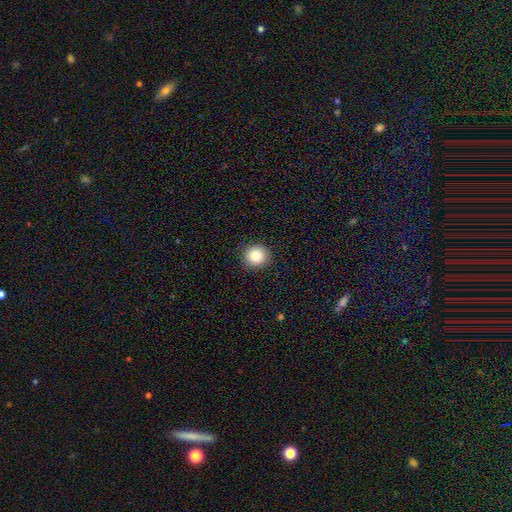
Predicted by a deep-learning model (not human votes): smooth_or_featured: smooth (p=0.85) [alt: star or artifact p=0.10]
how_rounded: round (p=0.92) [alt: in between p=0.07]
merging: none (p=0.91) [alt: minor disturbance p=0.06]